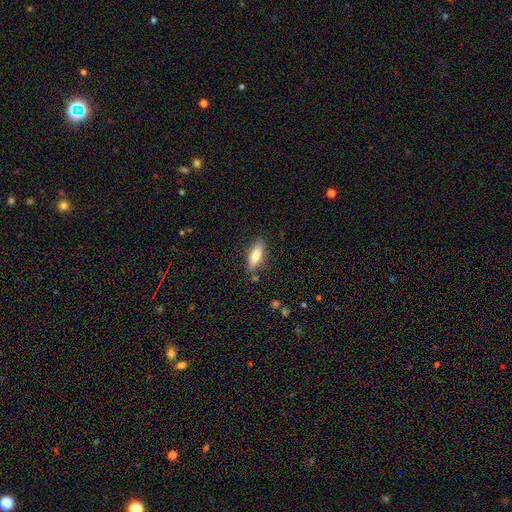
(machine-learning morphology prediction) type=smooth (70%); roundness=in between (55%); merging=none (80%).